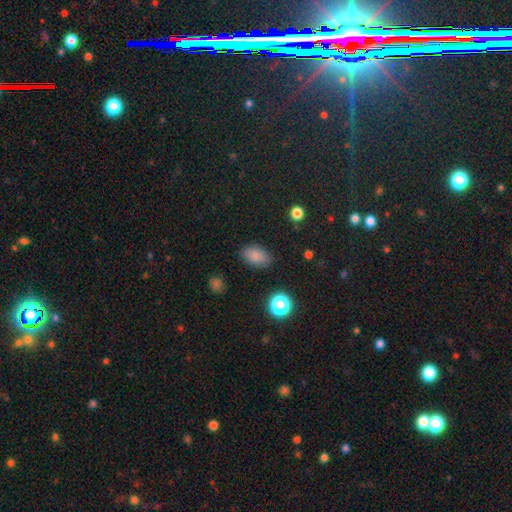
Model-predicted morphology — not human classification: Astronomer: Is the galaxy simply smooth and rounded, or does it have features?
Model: smooth — 83%.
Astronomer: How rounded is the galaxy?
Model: in between — 87%.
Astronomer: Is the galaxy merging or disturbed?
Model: none — 82%.